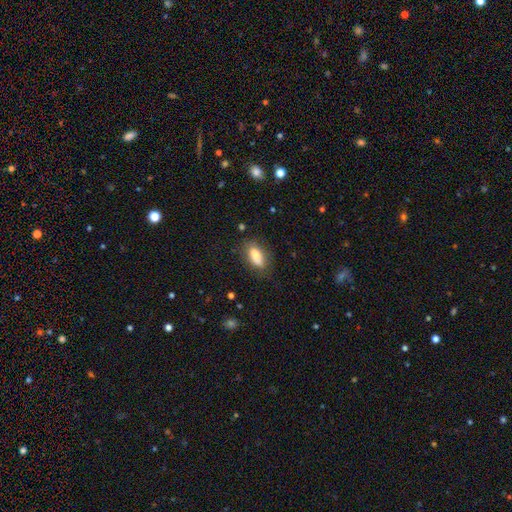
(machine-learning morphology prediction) smooth 78%, featured or disk 14%, star or artifact 8%. Down the decision tree: how rounded — in between (88%); merging — none (69%).